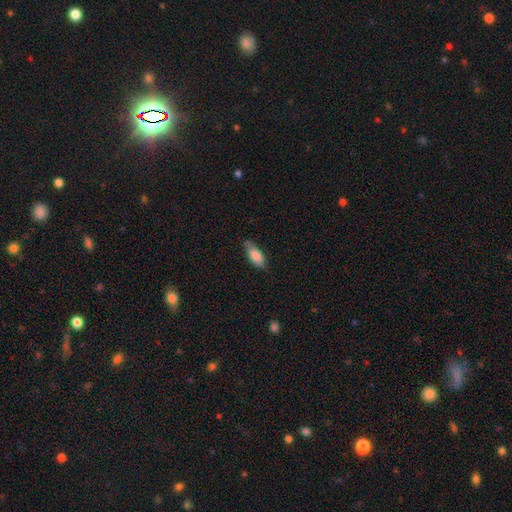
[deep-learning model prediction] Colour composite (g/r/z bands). It shows a smooth galaxy with no disk features (81%) that is in between round and cigar-shaped (80%). Merging: none (67%).